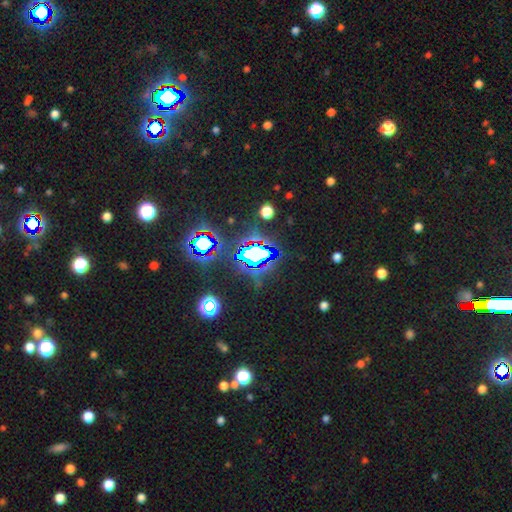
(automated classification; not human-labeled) Overall: star or artifact (70%).